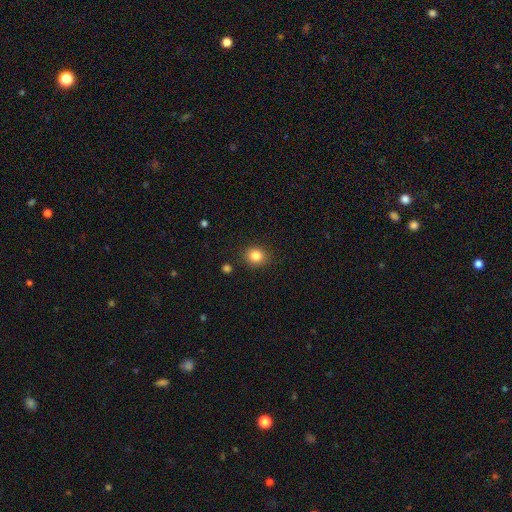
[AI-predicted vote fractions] A smooth galaxy with no disk features (84%) that is round (80%). Merging: none (88%).